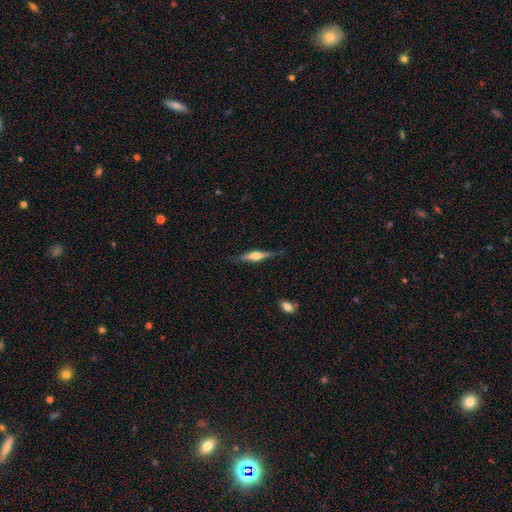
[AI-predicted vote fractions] smooth-or-featured: featured or disk: 61% | smooth: 33% | star or artifact: 6%
  disk-edge-on: yes: 96% | no: 4%
    edge-on-bulge: rounded: 85% | boxy: 11% | none: 4%
  merging: none: 79% | minor disturbance: 16% | major disturbance: 4% | merger: 2%